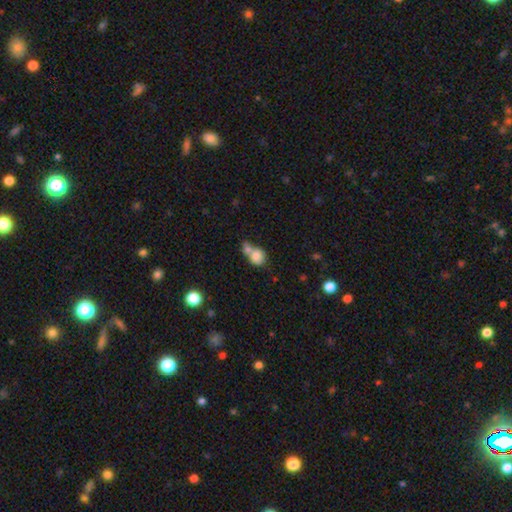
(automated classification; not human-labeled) This appears to be a smooth galaxy with no disk features (81%) that is round (68%). Merging: merger (59%).